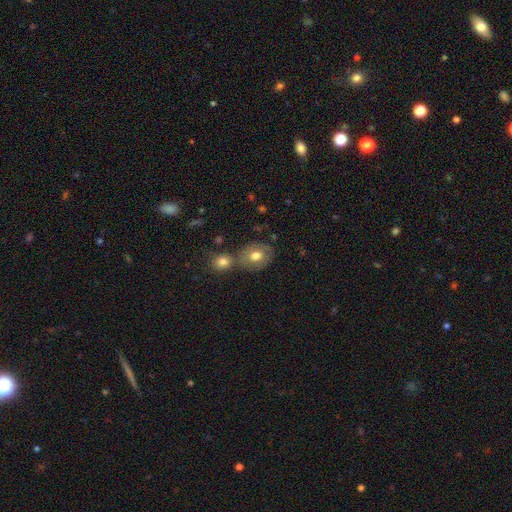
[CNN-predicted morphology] Smooth or featured? Predicted: smooth (p=0.71). How rounded? Predicted: round (p=0.53). Merging? Predicted: none (p=0.54).